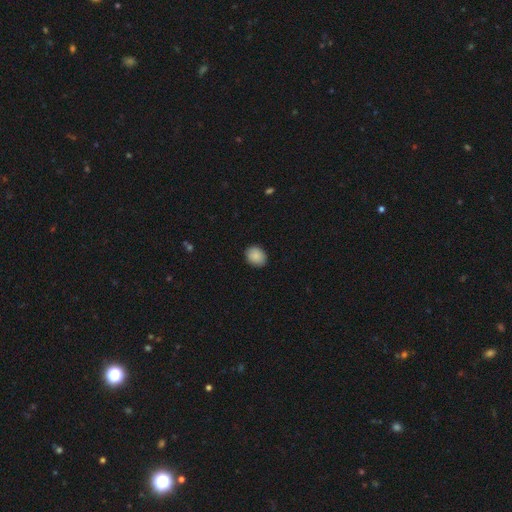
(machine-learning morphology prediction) Smooth or featured? Predicted: smooth (p=0.88). How rounded? Predicted: in between (p=0.54). Merging? Predicted: none (p=0.88).